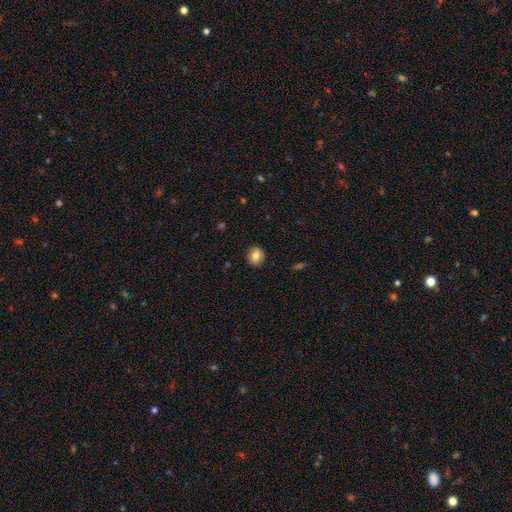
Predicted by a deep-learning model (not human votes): Smooth or featured?
  - smooth: 79% *
  - featured or disk: 12%
  - star or artifact: 9%
How rounded?
  - round: 74% *
  - in between: 25%
  - cigar-shaped: 1%
Merging?
  - none: 89% *
  - minor disturbance: 8%
  - major disturbance: 2%
  - merger: 1%